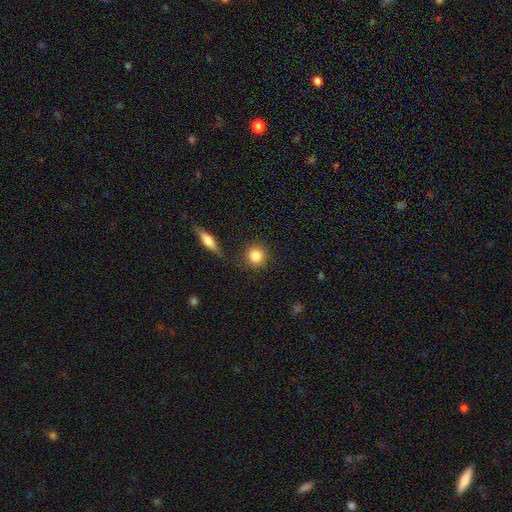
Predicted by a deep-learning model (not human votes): Smooth or featured?
  - smooth: 85% *
  - star or artifact: 8%
  - featured or disk: 7%
How rounded?
  - round: 90% *
  - in between: 9%
  - cigar-shaped: 2%
Merging?
  - none: 85% *
  - minor disturbance: 9%
  - merger: 4%
  - major disturbance: 3%